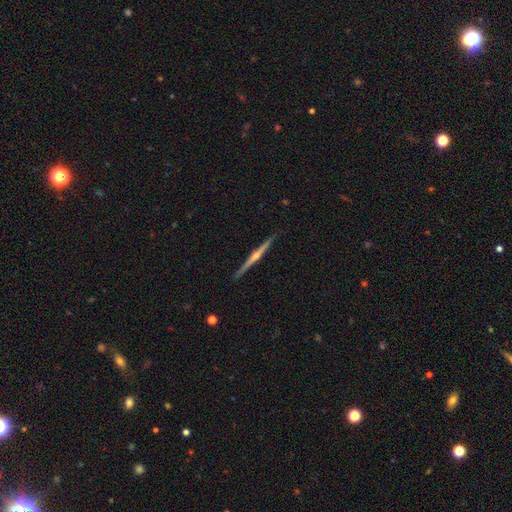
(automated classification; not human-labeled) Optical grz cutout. It shows a featured or disk galaxy (83%) viewed edge-on (99%) with a rounded central bulge (85%). Merging: none (92%).